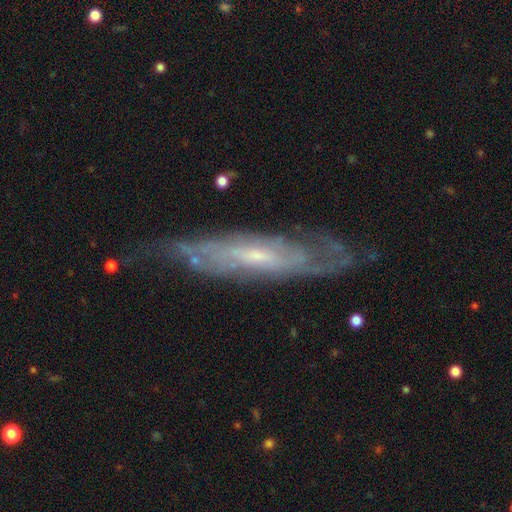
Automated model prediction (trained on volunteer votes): A featured or disk galaxy (79%) with no bar (49%), spiral arms (87%) and a small central bulge (64%). Merging: none (69%).